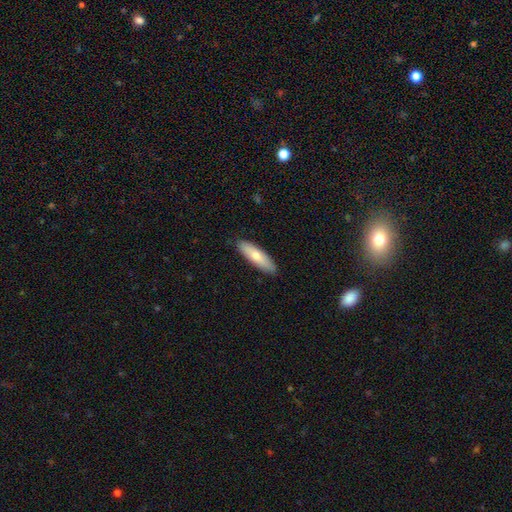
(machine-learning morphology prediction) This appears to be a smooth galaxy with no disk features (72%) that is cigar-shaped (57%). Merging: none (88%).